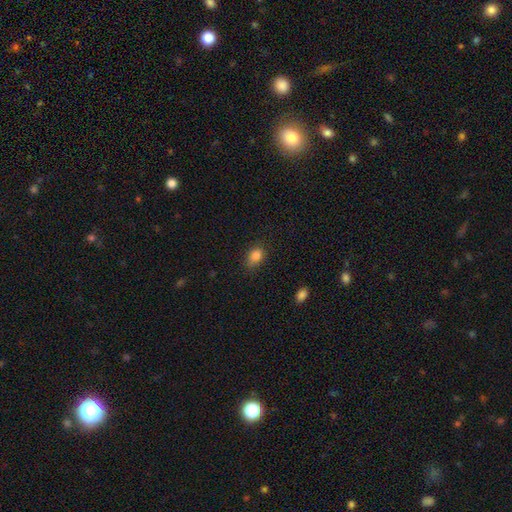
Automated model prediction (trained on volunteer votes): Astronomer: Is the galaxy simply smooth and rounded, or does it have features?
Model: smooth — 84%.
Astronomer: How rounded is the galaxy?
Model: in between — 71%.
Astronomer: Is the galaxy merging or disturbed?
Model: none — 72%.